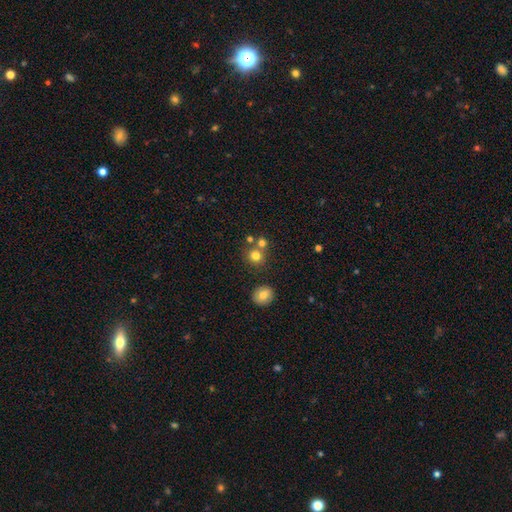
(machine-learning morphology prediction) Smooth or featured: smooth — 77% (star or artifact — 14%)
How rounded: round — 87% (in between — 12%)
Merging: none — 63% (merger — 26%)